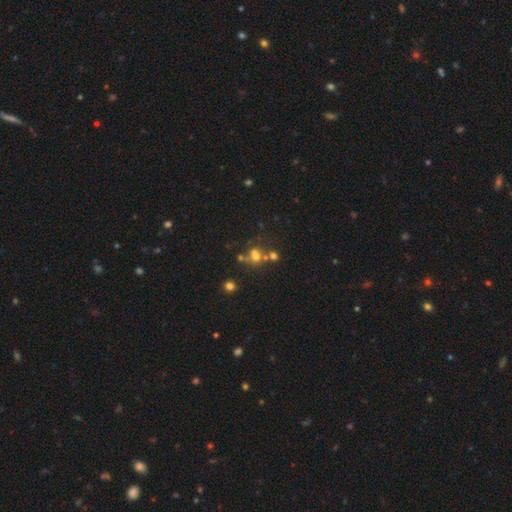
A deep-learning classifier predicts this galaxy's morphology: The model was most divided on "merging": none: 42%, merger: 39%, minor disturbance: 11%, major disturbance: 8%. More confident: how rounded — round (69%); smooth or featured — smooth (54%).